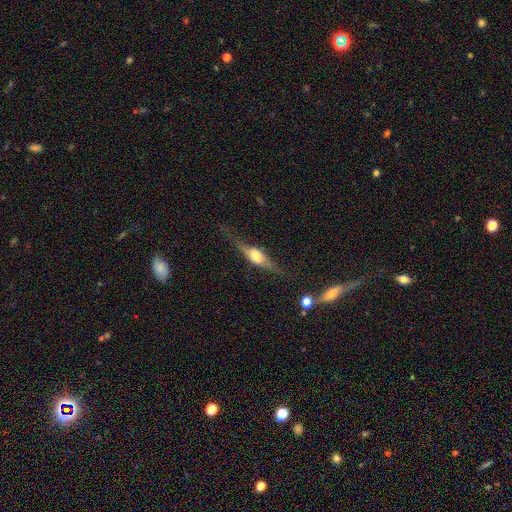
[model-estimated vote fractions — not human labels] Morphology: type=featured or disk (68%); edge-on=yes (92%); edge-on bulge=rounded (84%); merging=none (70%).